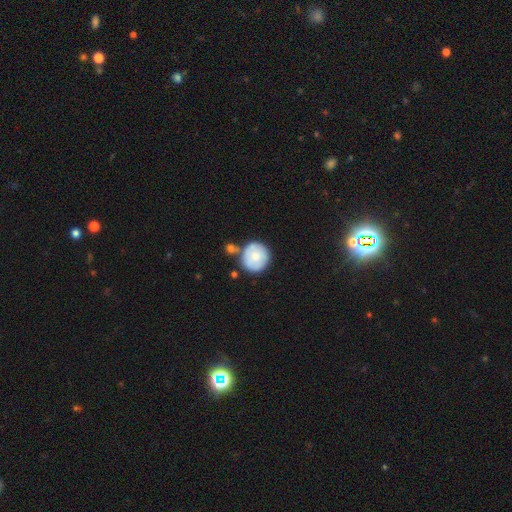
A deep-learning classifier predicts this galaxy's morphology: Smooth or featured? Predicted: smooth (p=0.72). How rounded? Predicted: round (p=0.91). Merging? Predicted: none (p=0.67).